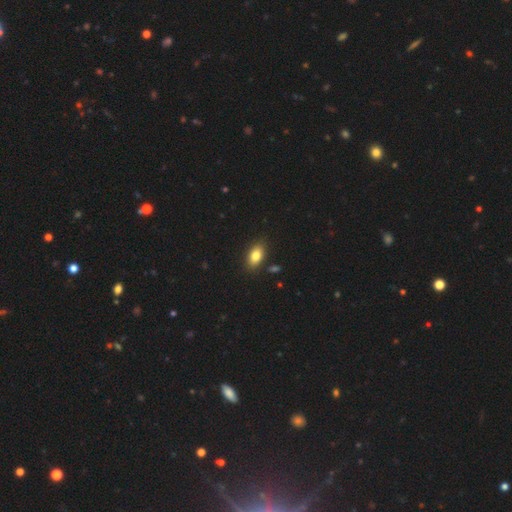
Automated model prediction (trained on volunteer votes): Q: Smooth or featured?
A: smooth (82%); runner-up: featured or disk (9%)
Q: How rounded?
A: in between (89%); runner-up: round (8%)
Q: Merging?
A: none (86%); runner-up: minor disturbance (10%)